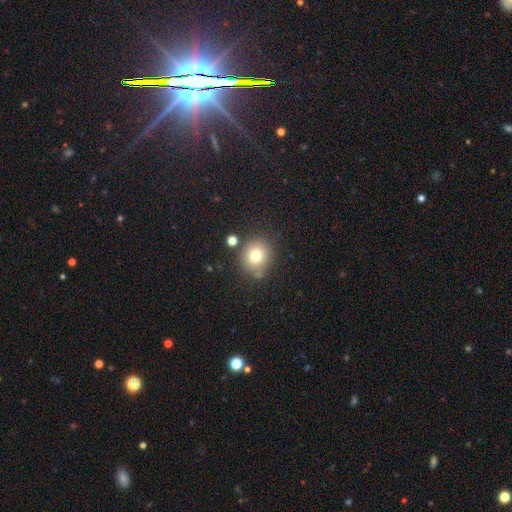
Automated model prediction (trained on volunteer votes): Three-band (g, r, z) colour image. It shows a smooth galaxy with no disk features (76%) that is round (83%). Merging: none (75%).